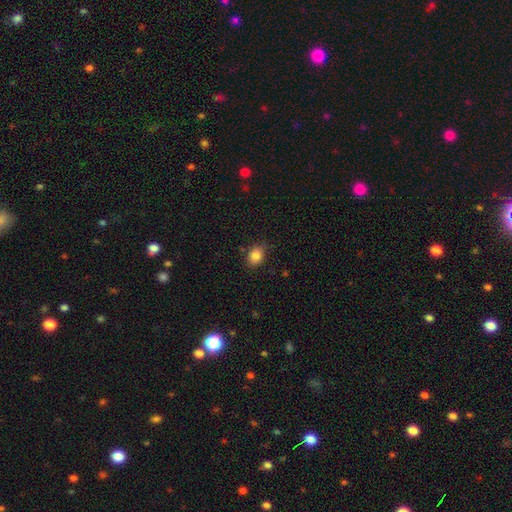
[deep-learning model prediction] smooth_or_featured: smooth (p=0.84) [alt: star or artifact p=0.10]
how_rounded: in between (p=0.59) [alt: round p=0.40]
merging: none (p=0.76) [alt: minor disturbance p=0.18]